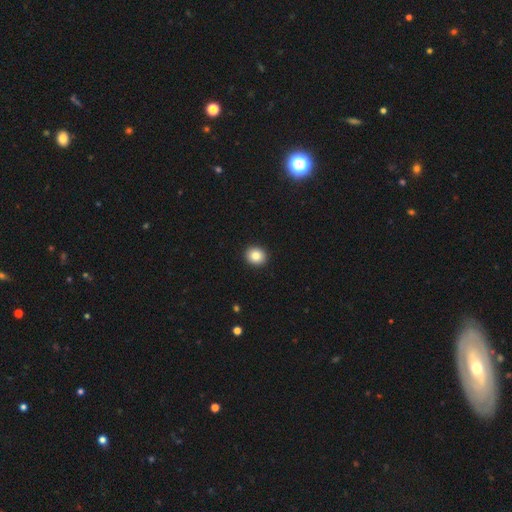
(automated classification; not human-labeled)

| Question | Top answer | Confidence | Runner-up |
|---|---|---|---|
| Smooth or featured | smooth | 85% | star or artifact (9%) |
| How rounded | round | 78% | in between (21%) |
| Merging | none | 93% | minor disturbance (5%) |